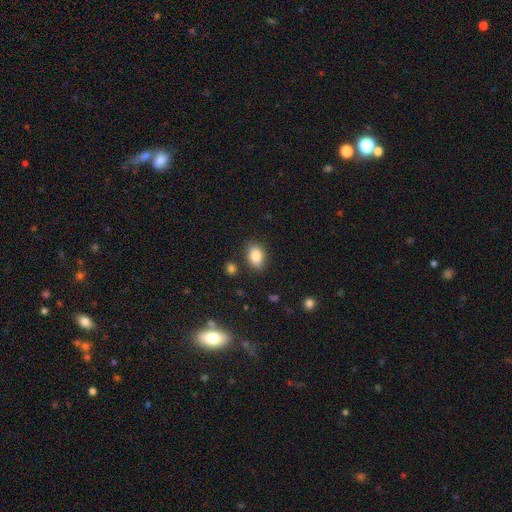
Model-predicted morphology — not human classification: A smooth galaxy with no disk features (83%) that is in between round and cigar-shaped (80%).

Vote fractions:
- Smooth or featured? smooth: 83% / star or artifact: 9% / featured or disk: 8%
- How rounded? in between: 80% / round: 18% / cigar-shaped: 2%
- Merging? none: 82% / minor disturbance: 12% / merger: 3% / major disturbance: 3%